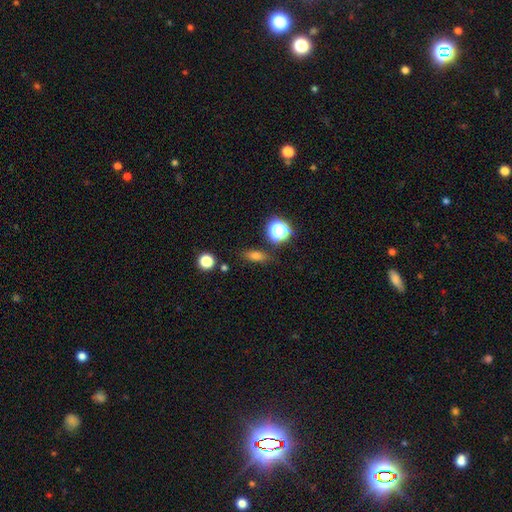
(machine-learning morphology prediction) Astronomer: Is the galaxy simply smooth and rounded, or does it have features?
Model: smooth — 72%.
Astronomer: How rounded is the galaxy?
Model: in between — 63%.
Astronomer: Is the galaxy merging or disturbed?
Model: none — 82%.